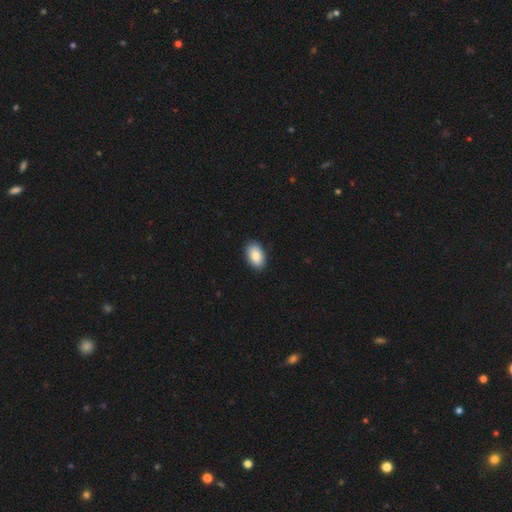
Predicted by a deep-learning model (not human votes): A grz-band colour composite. It shows a smooth galaxy with no disk features (87%) that is in between round and cigar-shaped (93%). Merging: none (89%).